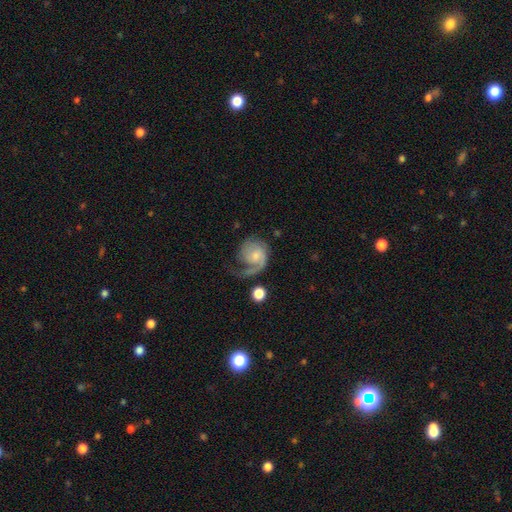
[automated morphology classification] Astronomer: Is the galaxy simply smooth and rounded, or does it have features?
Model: featured or disk — 71%.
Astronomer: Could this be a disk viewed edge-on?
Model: no — 98%.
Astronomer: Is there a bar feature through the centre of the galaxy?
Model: no — 69%.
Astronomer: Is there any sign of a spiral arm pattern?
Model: yes — 92%.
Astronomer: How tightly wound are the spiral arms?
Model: medium — 37% (runner-up: loose, 33%).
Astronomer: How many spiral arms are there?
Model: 1 — 68%.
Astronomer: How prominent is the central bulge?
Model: small — 46% (runner-up: moderate, 36%).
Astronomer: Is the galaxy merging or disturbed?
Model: none — 39% (runner-up: major disturbance, 37%).